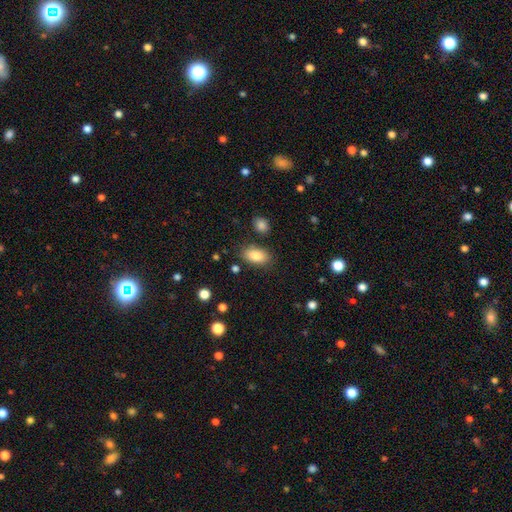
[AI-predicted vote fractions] smooth-or-featured: smooth: 83% | featured or disk: 9% | star or artifact: 8%
  how-rounded: in between: 91% | round: 6% | cigar-shaped: 3%
  merging: none: 82% | minor disturbance: 11% | merger: 4% | major disturbance: 3%